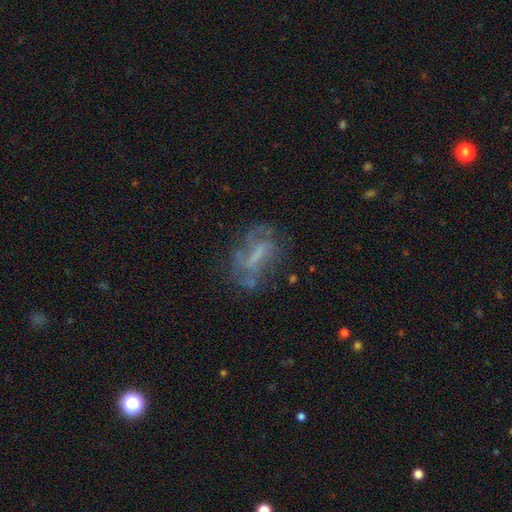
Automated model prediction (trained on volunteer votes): A featured or disk galaxy (64%) with a weak bar (39%), spiral arms (59%) and no central bulge (51%). Merging: none (50%).